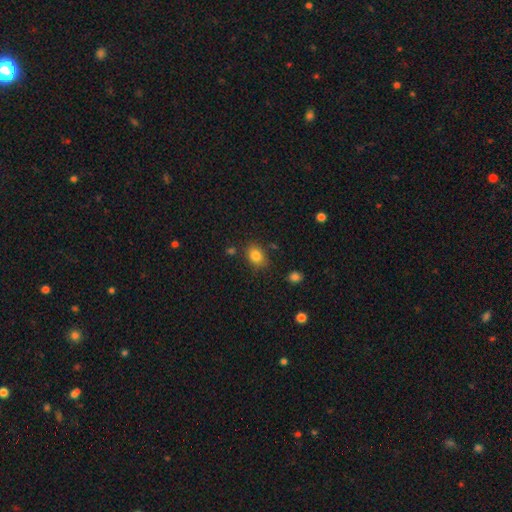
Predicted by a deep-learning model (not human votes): Smooth or featured: smooth — 83% (star or artifact — 10%)
How rounded: in between — 61% (round — 38%)
Merging: none — 77% (minor disturbance — 15%)